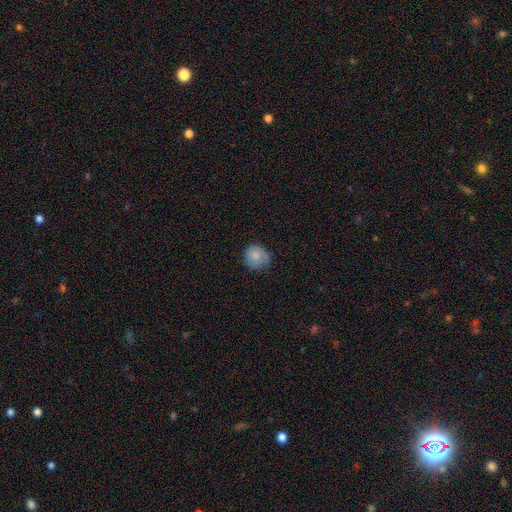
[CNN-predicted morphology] A smooth galaxy with no disk features (81%) that is round (88%).

Vote fractions:
- Smooth or featured? smooth: 81% / featured or disk: 11% / star or artifact: 8%
- How rounded? round: 88% / in between: 11% / cigar-shaped: 1%
- Merging? none: 67% / minor disturbance: 25% / major disturbance: 5% / merger: 2%